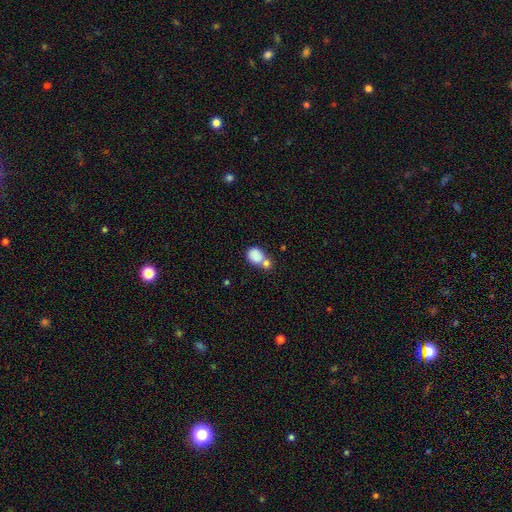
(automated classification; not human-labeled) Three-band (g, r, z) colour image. It shows a smooth galaxy with no disk features (83%) that is in between round and cigar-shaped (51%). Merging: merger (49%).